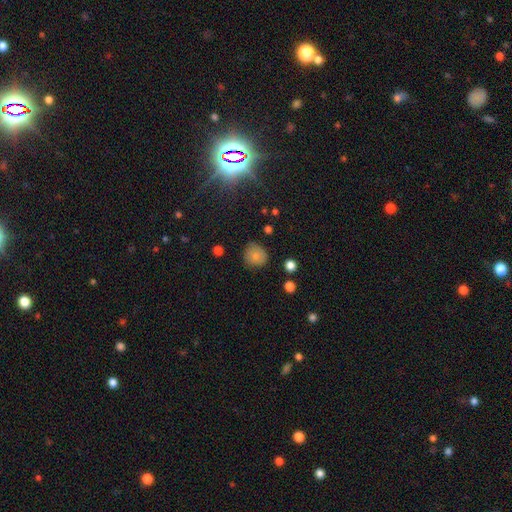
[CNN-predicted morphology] Smooth or featured? smooth (81%)
How rounded? round (84%)
Merging? none (75%)